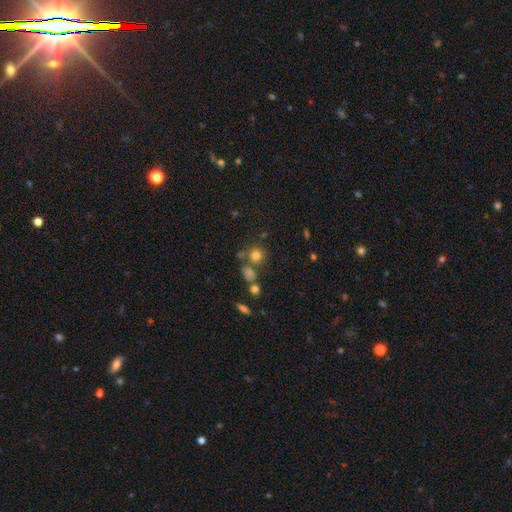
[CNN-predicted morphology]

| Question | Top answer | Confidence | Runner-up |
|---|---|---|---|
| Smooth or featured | smooth | 75% | star or artifact (15%) |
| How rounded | round | 87% | in between (12%) |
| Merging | none | 66% | merger (18%) |